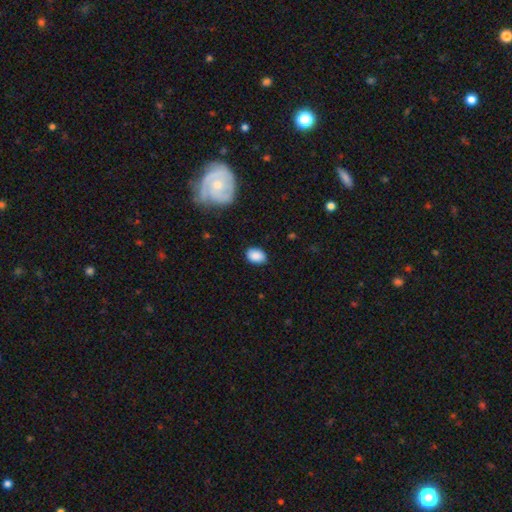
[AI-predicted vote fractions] A smooth galaxy with no disk features (87%) that is in between round and cigar-shaped (81%).

Vote fractions:
- Smooth or featured? smooth: 87% / star or artifact: 7% / featured or disk: 5%
- How rounded? in between: 81% / round: 18% / cigar-shaped: 1%
- Merging? none: 85% / minor disturbance: 11% / major disturbance: 3% / merger: 1%